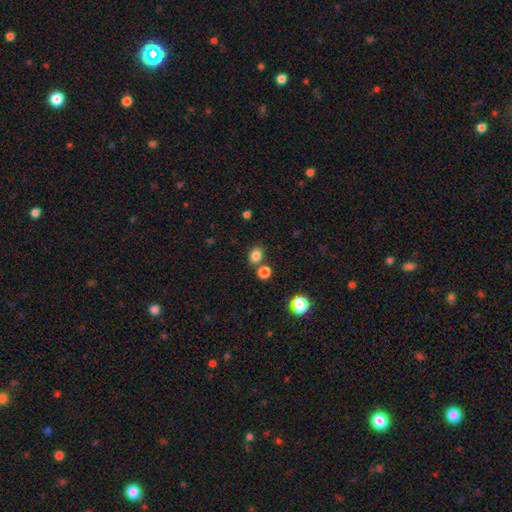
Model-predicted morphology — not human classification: The model was most divided on "how rounded": round: 64%, in between: 35%, cigar-shaped: 1%. More confident: smooth or featured — smooth (82%); merging — none (70%).